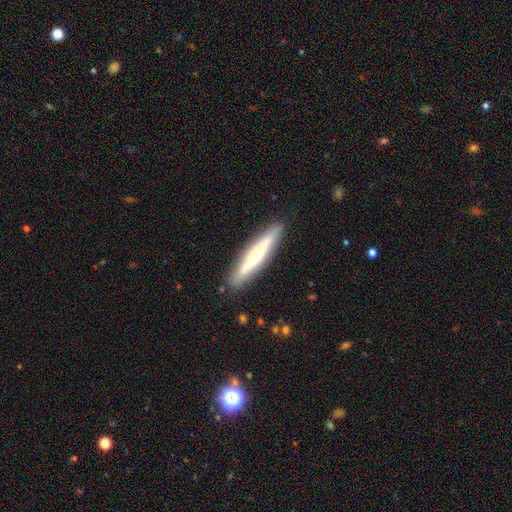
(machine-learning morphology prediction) This appears to be a featured or disk galaxy (59%) viewed edge-on (93%) with a rounded central bulge (76%). Merging: none (89%).